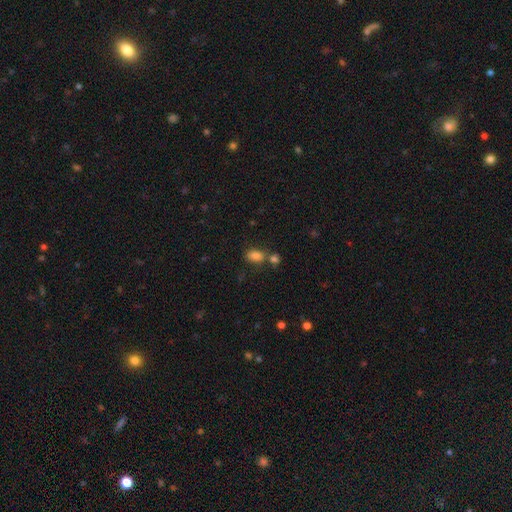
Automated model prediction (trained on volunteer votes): Overall: smooth (82%). How rounded: in between (87%). Merging: none (55%; merger 28%).